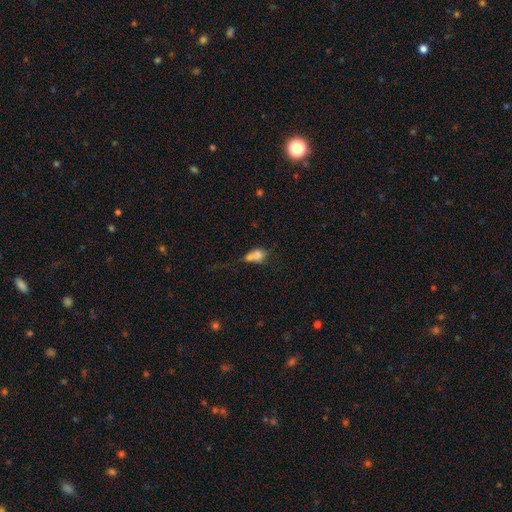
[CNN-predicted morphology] Smooth or featured? smooth (72%)
How rounded? in between (69%)
Merging? merger (38%)